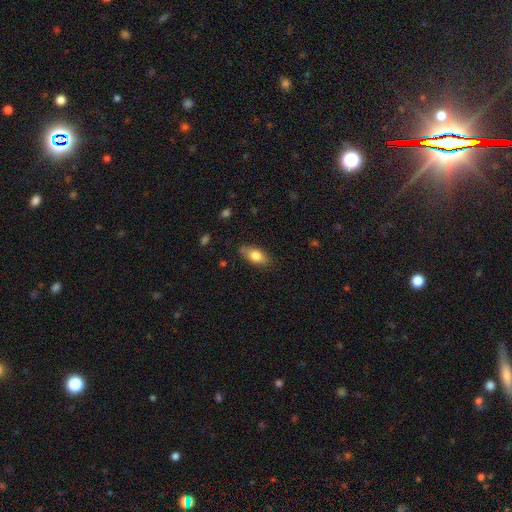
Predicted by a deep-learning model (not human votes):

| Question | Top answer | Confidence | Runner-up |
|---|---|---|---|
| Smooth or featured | smooth | 80% | featured or disk (13%) |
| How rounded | in between | 85% | cigar-shaped (9%) |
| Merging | none | 77% | minor disturbance (17%) |